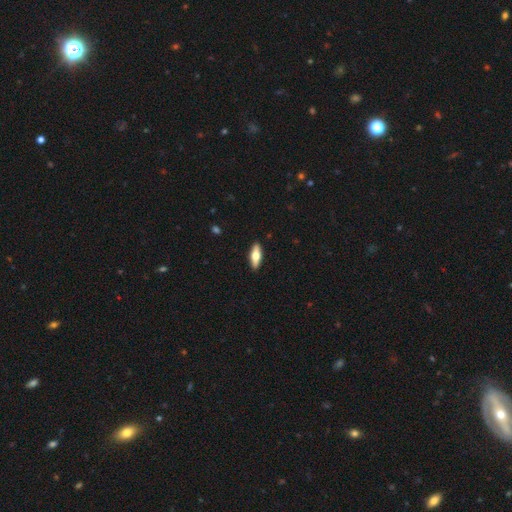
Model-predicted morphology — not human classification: smooth 54%, featured or disk 40%, star or artifact 6%. Down the decision tree: how rounded — in between (55%); merging — none (91%).